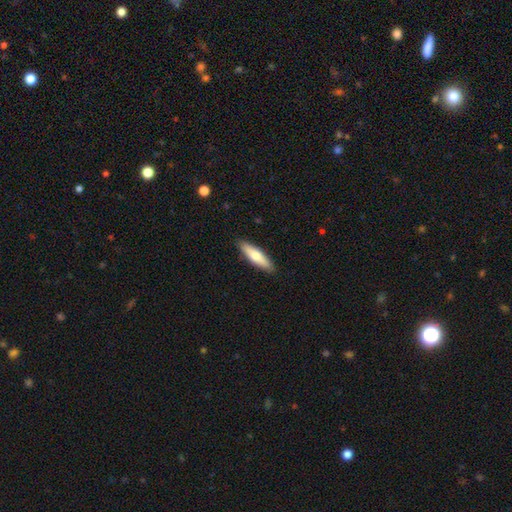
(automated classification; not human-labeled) A smooth galaxy with no disk features (66%) that is cigar-shaped (66%).

Vote fractions:
- Smooth or featured? smooth: 66% / featured or disk: 29% / star or artifact: 5%
- How rounded? cigar-shaped: 66% / in between: 32% / round: 2%
- Merging? none: 90% / minor disturbance: 8% / major disturbance: 2% / merger: 1%